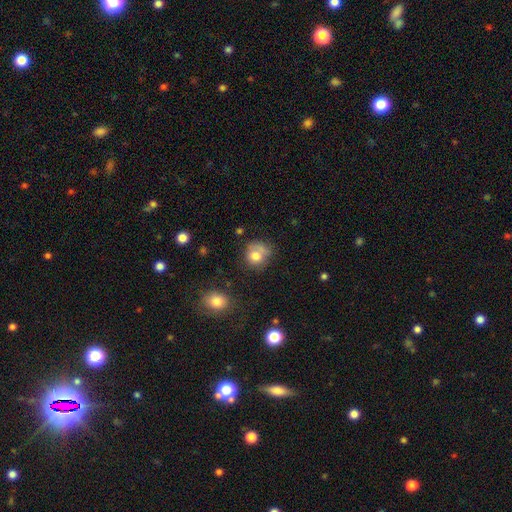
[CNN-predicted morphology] smooth_or_featured: smooth (p=0.73) [alt: featured or disk p=0.16]
how_rounded: round (p=0.76) [alt: in between p=0.23]
merging: none (p=0.46) [alt: minor disturbance p=0.25]